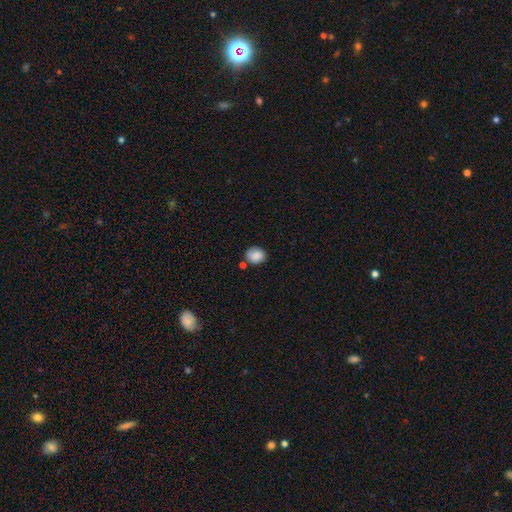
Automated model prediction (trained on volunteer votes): This appears to be a smooth galaxy with no disk features (85%) that is round (73%). Merging: none (72%).